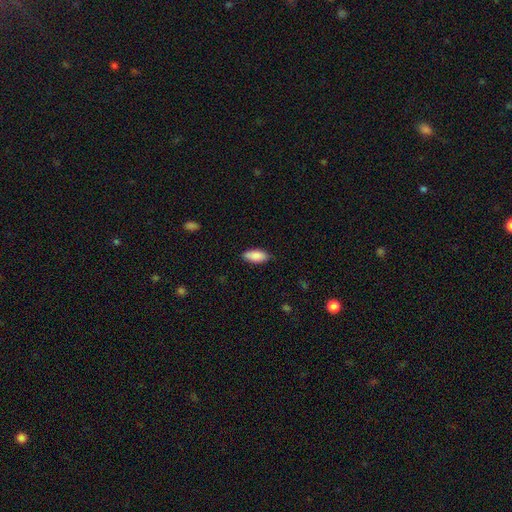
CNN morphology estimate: This is clearly a smooth galaxy (89%). How rounded: clearly in between (87%). Merging: clearly none (83%).